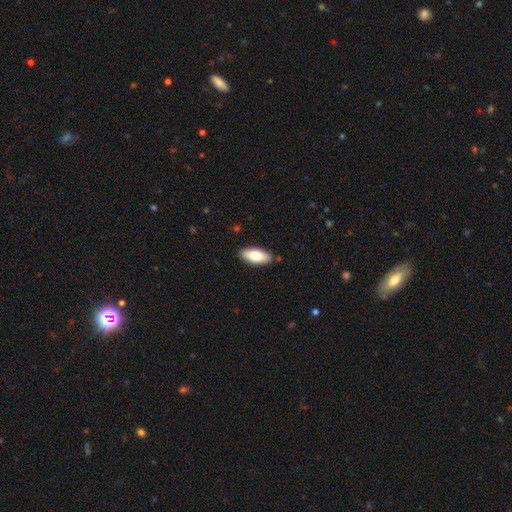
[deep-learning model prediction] Q: Smooth or featured?
A: smooth (73%); runner-up: featured or disk (21%)
Q: How rounded?
A: in between (84%); runner-up: cigar-shaped (14%)
Q: Merging?
A: none (87%); runner-up: minor disturbance (10%)